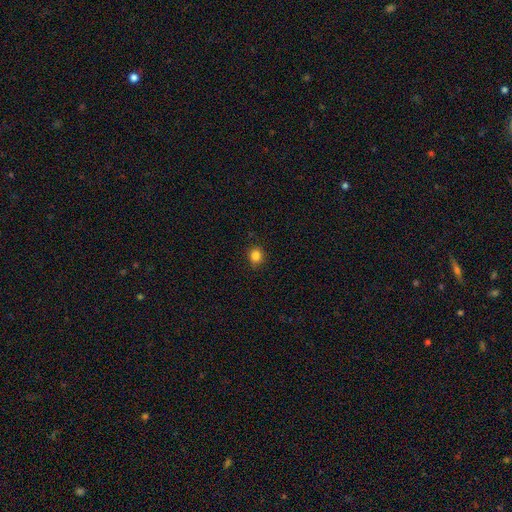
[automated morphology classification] Smooth or featured?
  - smooth: 84% *
  - star or artifact: 12%
  - featured or disk: 4%
How rounded?
  - round: 80% *
  - in between: 19%
  - cigar-shaped: 1%
Merging?
  - none: 85% *
  - minor disturbance: 12%
  - major disturbance: 2%
  - merger: 1%